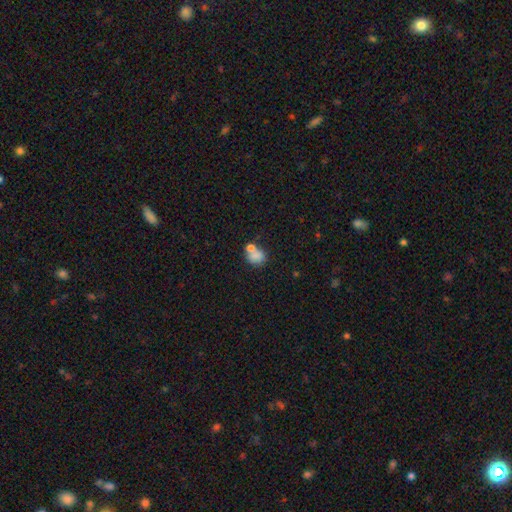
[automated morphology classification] This is likely a smooth galaxy (76%). How rounded: possibly round (56%). Merging: marginally merger (41%).